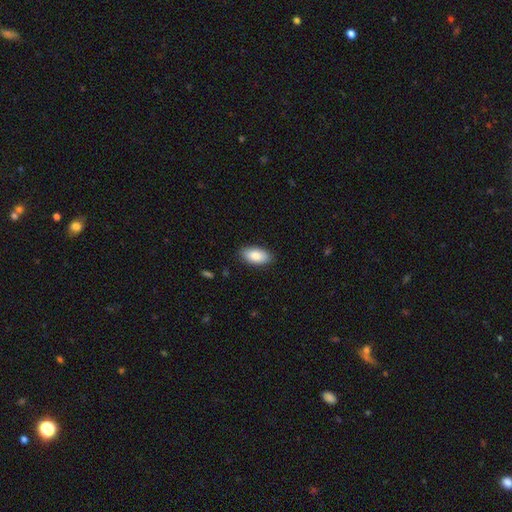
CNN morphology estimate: Smooth or featured? smooth (86%)
How rounded? in between (93%)
Merging? none (87%)